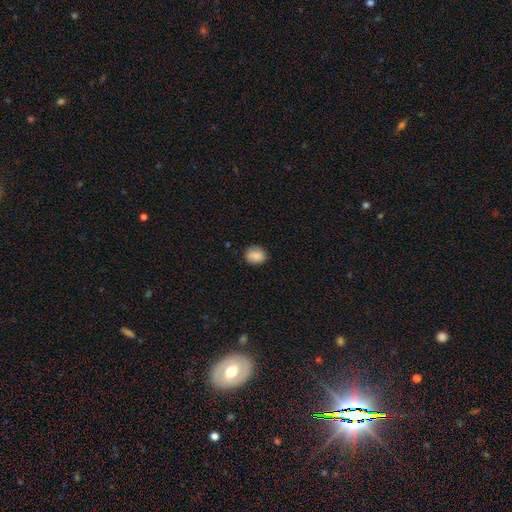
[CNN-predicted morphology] A smooth galaxy with no disk features (87%) that is round (59%).

Vote fractions:
- Smooth or featured? smooth: 87% / star or artifact: 8% / featured or disk: 5%
- How rounded? round: 59% / in between: 40% / cigar-shaped: 1%
- Merging? none: 83% / minor disturbance: 13% / major disturbance: 3% / merger: 1%